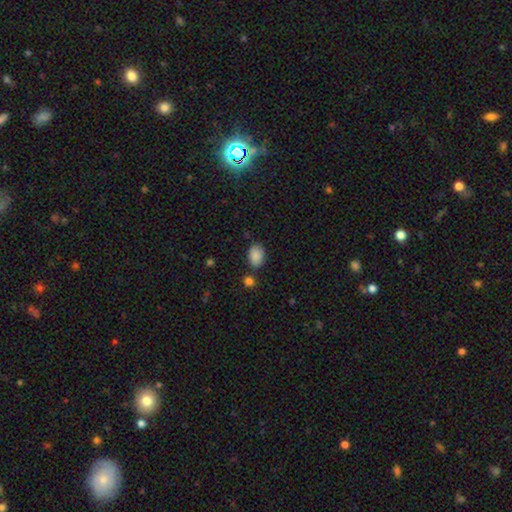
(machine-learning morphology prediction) smooth_or_featured: smooth (p=0.89) [alt: star or artifact p=0.08]
how_rounded: in between (p=0.83) [alt: round p=0.16]
merging: none (p=0.74) [alt: minor disturbance p=0.15]